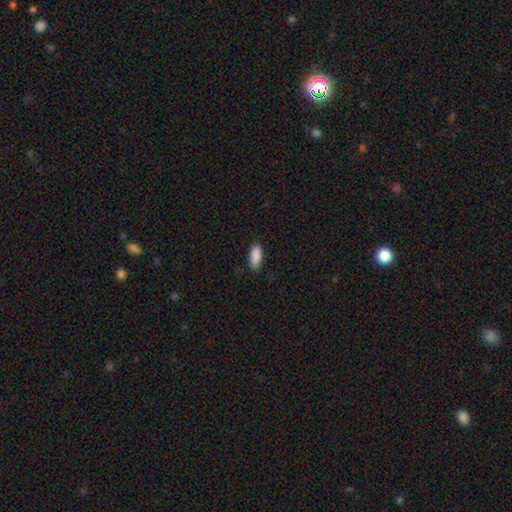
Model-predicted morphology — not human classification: A smooth galaxy with no disk features (90%) that is in between round and cigar-shaped (80%).

Vote fractions:
- Smooth or featured? smooth: 90% / star or artifact: 6% / featured or disk: 3%
- How rounded? in between: 80% / cigar-shaped: 18% / round: 2%
- Merging? none: 87% / minor disturbance: 10% / major disturbance: 2% / merger: 1%